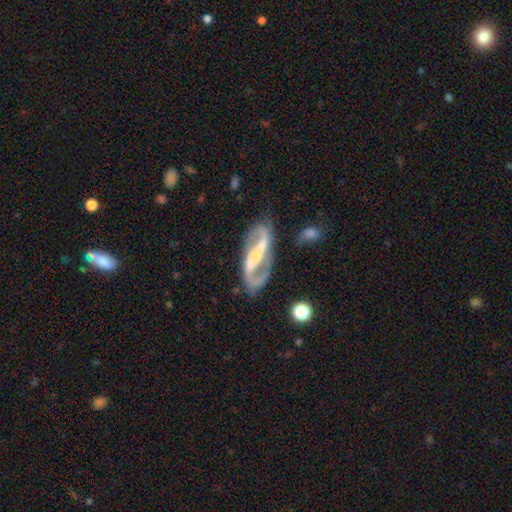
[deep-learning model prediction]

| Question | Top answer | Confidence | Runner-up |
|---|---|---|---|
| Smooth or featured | featured or disk | 89% | smooth (7%) |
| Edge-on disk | no | 94% | yes (6%) |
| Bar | strong | 71% | weak (19%) |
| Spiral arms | yes | 94% | no (6%) |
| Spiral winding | medium | 50% | loose (30%) |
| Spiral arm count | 2 | 92% | can't tell (3%) |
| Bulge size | small | 43% | moderate (39%) |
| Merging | none | 78% | minor disturbance (13%) |